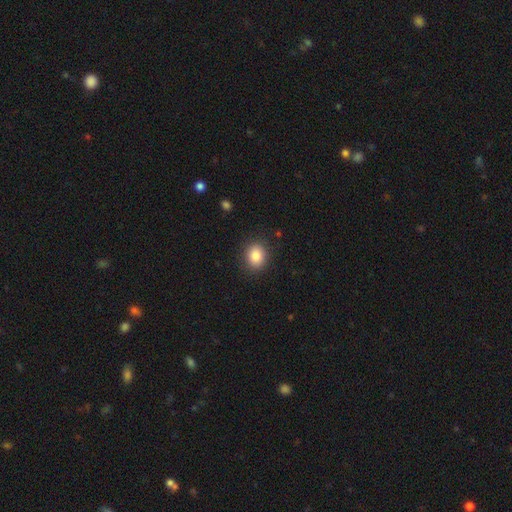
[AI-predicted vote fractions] A smooth galaxy with no disk features (85%) that is round (57%). Merging: none (88%).